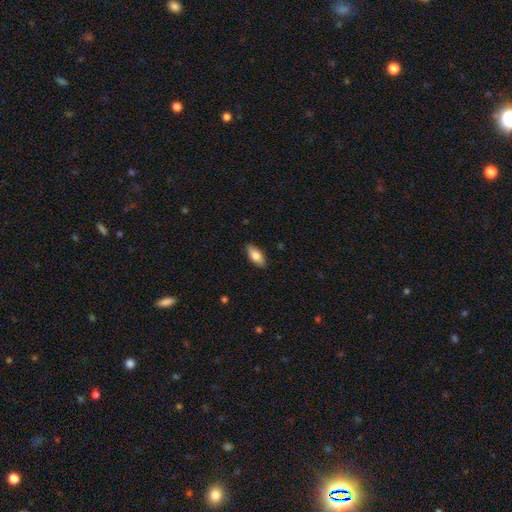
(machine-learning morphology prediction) Q: Smooth or featured?
A: smooth (80%); runner-up: featured or disk (13%)
Q: How rounded?
A: in between (85%); runner-up: cigar-shaped (12%)
Q: Merging?
A: none (87%); runner-up: minor disturbance (10%)